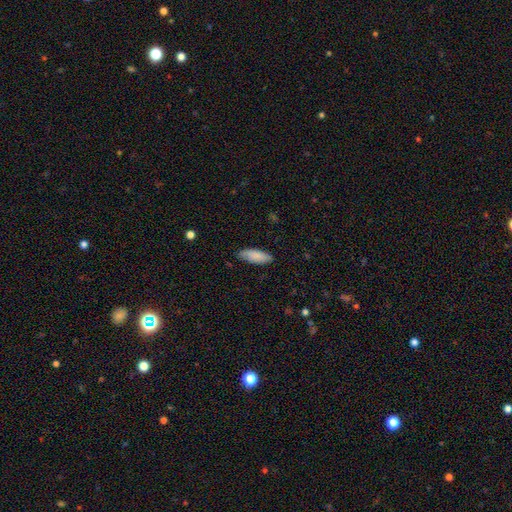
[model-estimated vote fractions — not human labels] This appears to be a smooth galaxy with no disk features (84%) that is in between round and cigar-shaped (71%). Merging: none (78%).